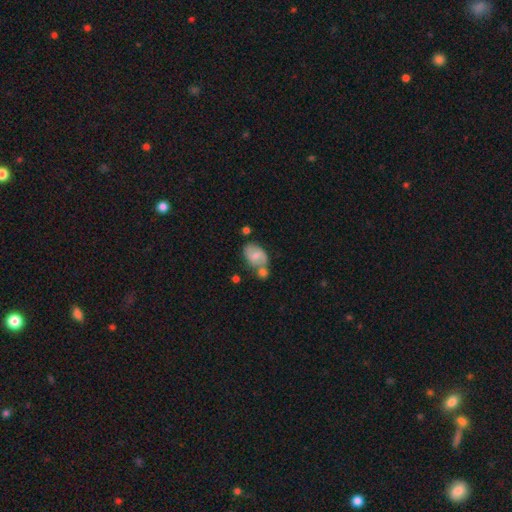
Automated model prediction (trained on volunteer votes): smooth 53%, featured or disk 39%, star or artifact 8%. Down the decision tree: how rounded — in between (83%); merging — none (40%).